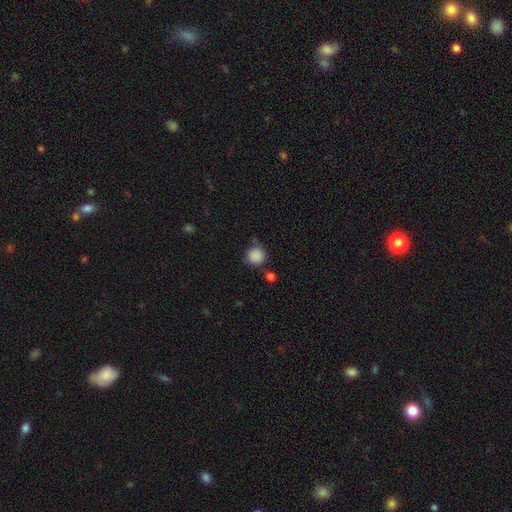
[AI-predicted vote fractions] smooth-or-featured: smooth: 87% | star or artifact: 9% | featured or disk: 3%
  how-rounded: round: 90% | in between: 9% | cigar-shaped: 1%
  merging: none: 75% | minor disturbance: 15% | merger: 6% | major disturbance: 4%